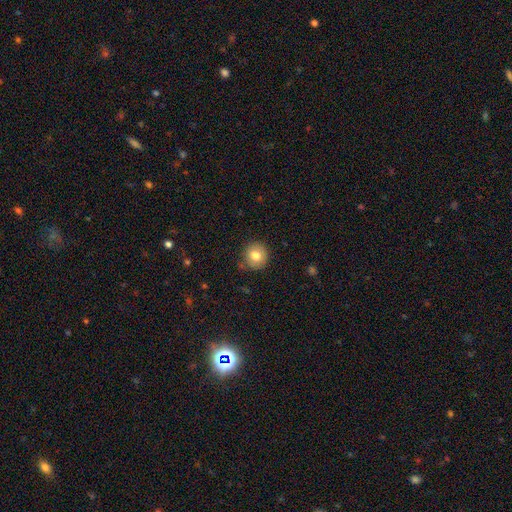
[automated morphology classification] smooth-or-featured: smooth: 79% | featured or disk: 11% | star or artifact: 10%
  how-rounded: round: 90% | in between: 9% | cigar-shaped: 1%
  merging: none: 83% | minor disturbance: 12% | major disturbance: 3% | merger: 2%